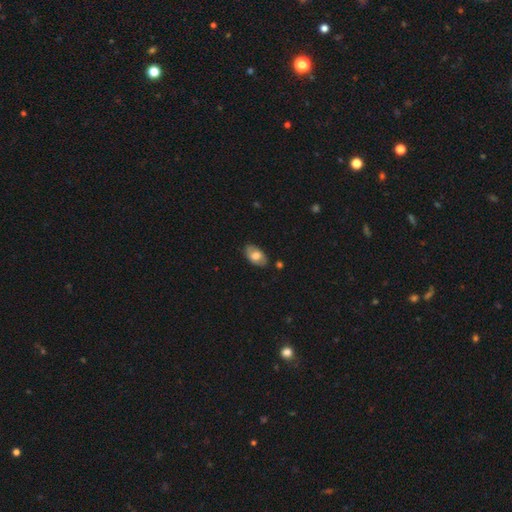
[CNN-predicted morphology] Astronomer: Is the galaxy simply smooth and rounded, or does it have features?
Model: smooth — 63%.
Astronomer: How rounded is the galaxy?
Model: in between — 92%.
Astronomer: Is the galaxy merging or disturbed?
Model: none — 82%.